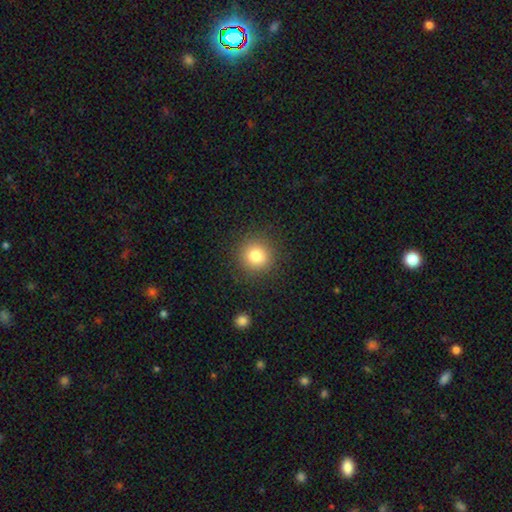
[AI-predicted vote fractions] A smooth galaxy with no disk features (82%) that is round (92%). Merging: none (89%).